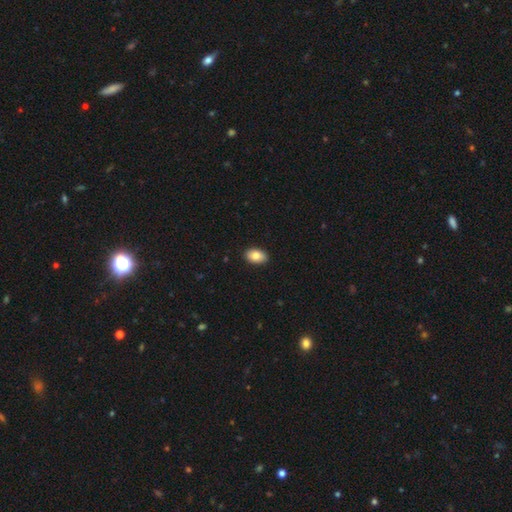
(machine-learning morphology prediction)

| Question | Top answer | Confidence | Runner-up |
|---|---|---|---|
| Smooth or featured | smooth | 83% | featured or disk (9%) |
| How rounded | in between | 91% | round (7%) |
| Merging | none | 90% | minor disturbance (7%) |